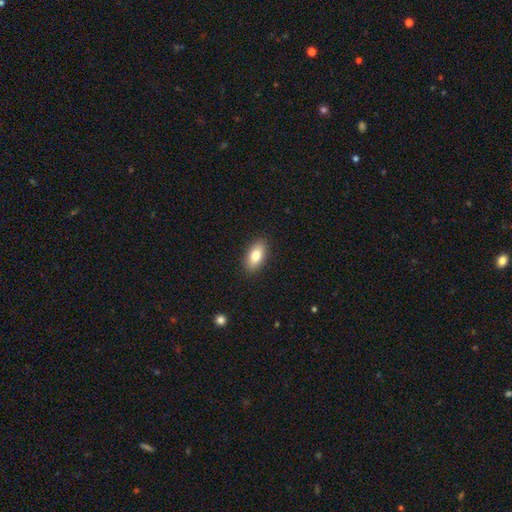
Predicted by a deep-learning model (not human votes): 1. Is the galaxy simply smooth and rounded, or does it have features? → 80% smooth, 12% featured or disk, 7% star or artifact.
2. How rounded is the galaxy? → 89% in between, 7% cigar-shaped, 4% round.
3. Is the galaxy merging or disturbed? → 89% none, 8% minor disturbance, 2% major disturbance, 1% merger.